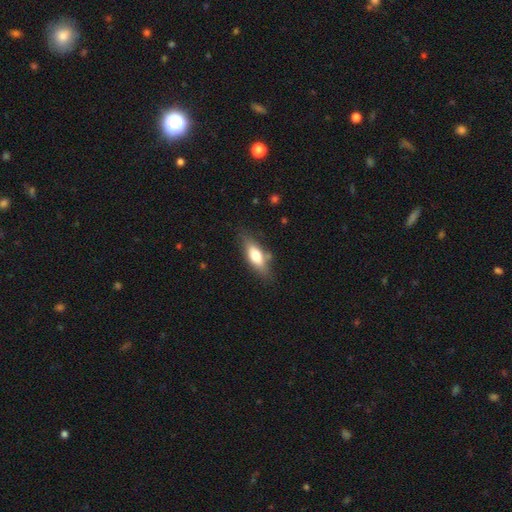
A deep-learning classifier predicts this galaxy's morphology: Smooth or featured? Predicted: smooth (p=0.66). How rounded? Predicted: in between (p=0.64). Merging? Predicted: none (p=0.74).